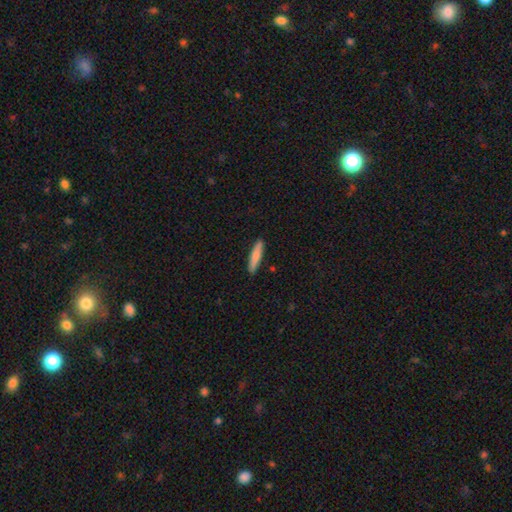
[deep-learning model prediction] smooth-or-featured: smooth: 78% | featured or disk: 17% | star or artifact: 5%
  how-rounded: cigar-shaped: 86% | in between: 12% | round: 1%
  merging: none: 90% | minor disturbance: 7% | major disturbance: 1% | merger: 1%